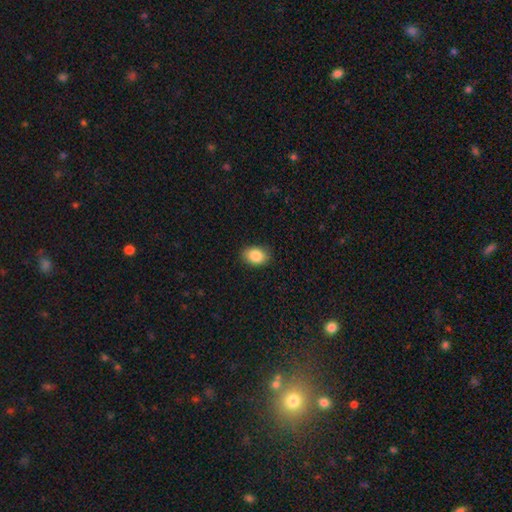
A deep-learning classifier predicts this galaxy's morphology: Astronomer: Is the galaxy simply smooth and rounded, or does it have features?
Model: smooth — 87%.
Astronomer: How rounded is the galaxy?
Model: in between — 78%.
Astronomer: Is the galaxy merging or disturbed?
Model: none — 87%.